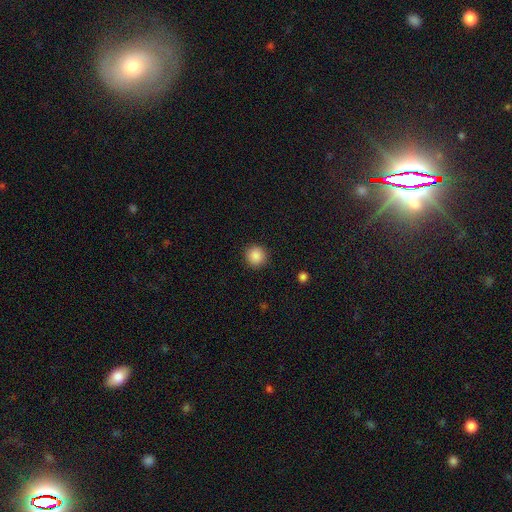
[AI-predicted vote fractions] smooth-or-featured: smooth: 87% | star or artifact: 9% | featured or disk: 3%
  how-rounded: round: 94% | in between: 5% | cigar-shaped: 1%
  merging: none: 91% | minor disturbance: 5% | major disturbance: 2% | merger: 1%